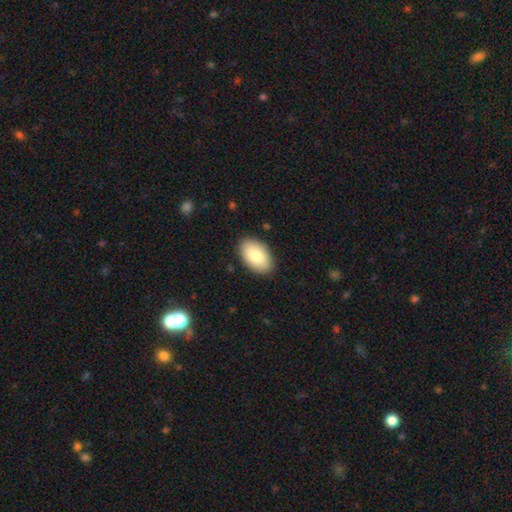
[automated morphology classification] The model was most divided on "smooth or featured": smooth: 84%, featured or disk: 10%, star or artifact: 6%. More confident: how rounded — in between (93%); merging — none (88%).